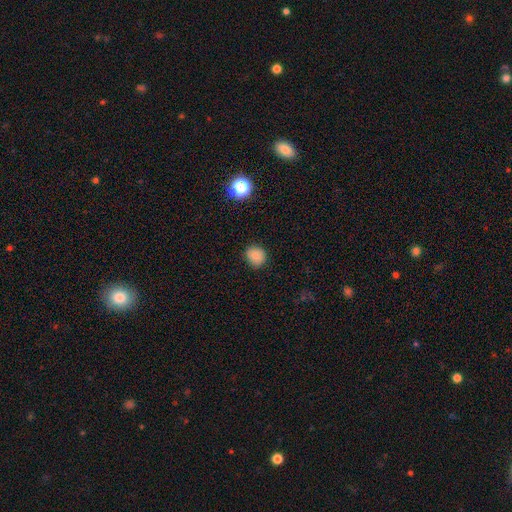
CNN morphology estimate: The model was most divided on "how rounded": round: 83%, in between: 16%, cigar-shaped: 1%. More confident: merging — none (86%); smooth or featured — smooth (84%).